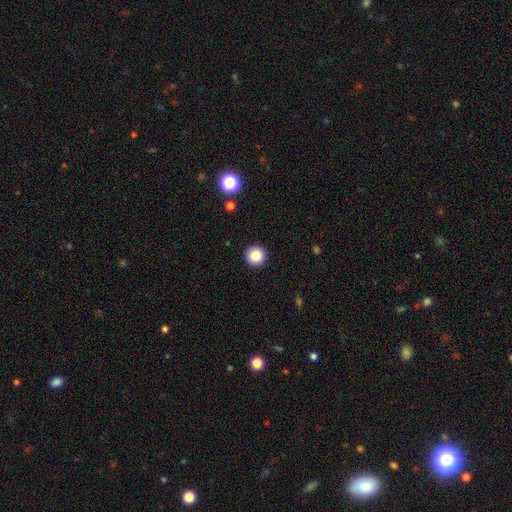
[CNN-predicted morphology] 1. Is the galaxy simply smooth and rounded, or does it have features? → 86% smooth, 10% star or artifact, 4% featured or disk.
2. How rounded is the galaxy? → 96% round, 3% in between, 1% cigar-shaped.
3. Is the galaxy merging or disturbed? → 92% none, 5% minor disturbance, 2% major disturbance, 1% merger.